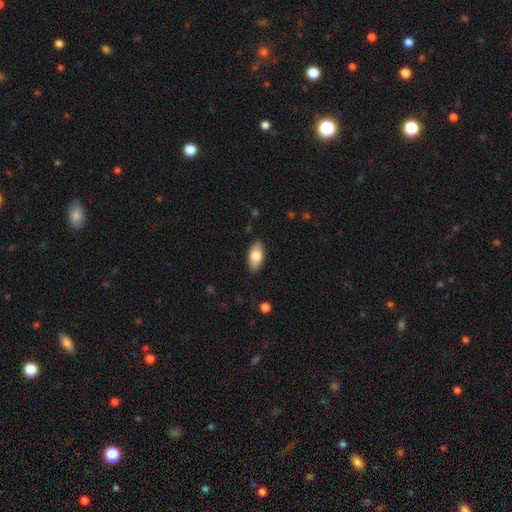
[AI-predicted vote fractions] The model was most divided on "smooth or featured": smooth: 81%, featured or disk: 13%, star or artifact: 6%. More confident: how rounded — in between (92%); merging — none (87%).